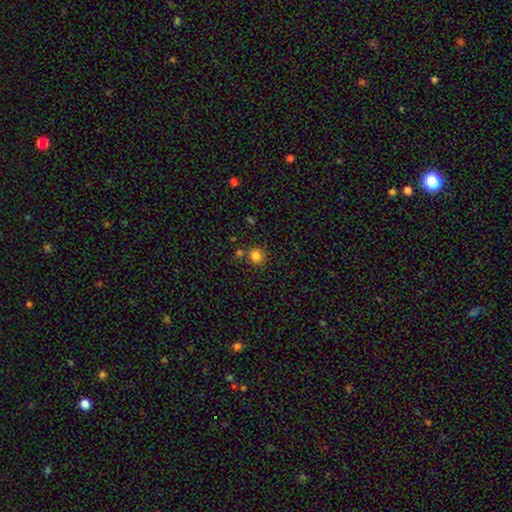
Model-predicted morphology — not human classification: smooth_or_featured: smooth (p=0.82) [alt: star or artifact p=0.13]
how_rounded: round (p=0.91) [alt: in between p=0.08]
merging: none (p=0.74) [alt: merger p=0.13]